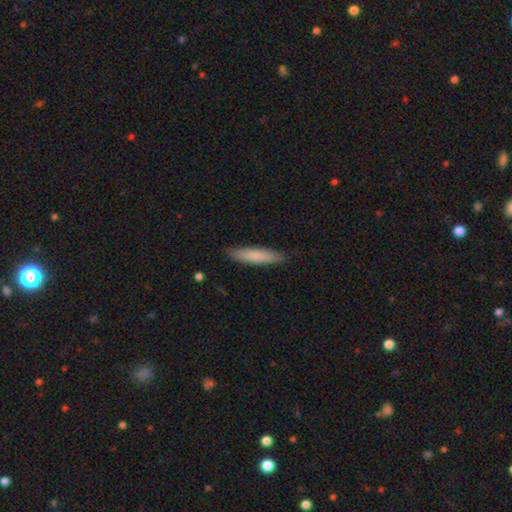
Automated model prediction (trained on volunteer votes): This is likely a smooth galaxy (80%). How rounded: clearly cigar-shaped (85%). Merging: clearly none (89%).